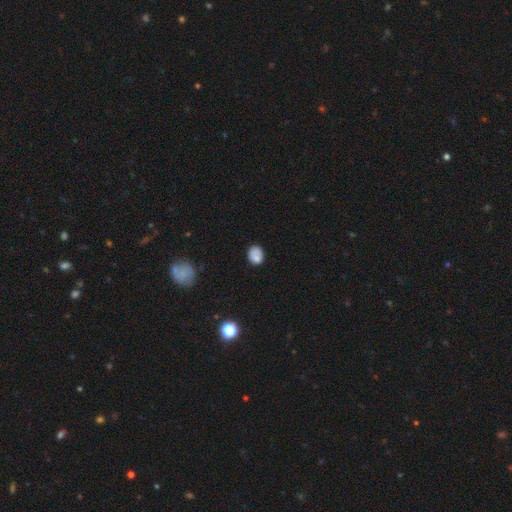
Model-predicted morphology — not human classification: A smooth galaxy with no disk features (77%) that is round (57%).

Vote fractions:
- Smooth or featured? smooth: 77% / featured or disk: 13% / star or artifact: 10%
- How rounded? round: 57% / in between: 42% / cigar-shaped: 1%
- Merging? none: 65% / minor disturbance: 23% / major disturbance: 7% / merger: 5%